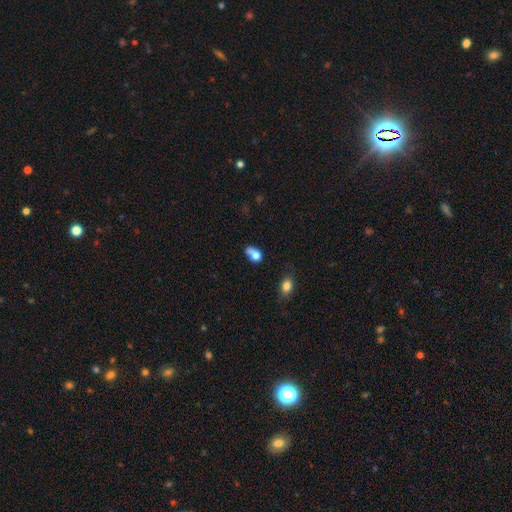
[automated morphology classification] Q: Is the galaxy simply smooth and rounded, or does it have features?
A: smooth — 73%.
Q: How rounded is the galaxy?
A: in between — 71%.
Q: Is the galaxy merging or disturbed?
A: none — 30%.